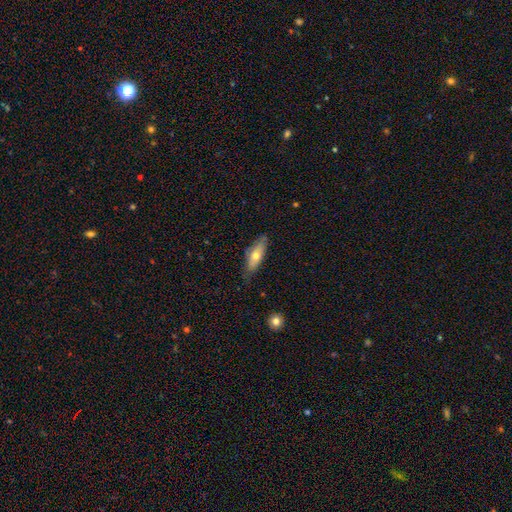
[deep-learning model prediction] Smooth or featured? smooth (61%)
How rounded? in between (57%)
Merging? none (72%)